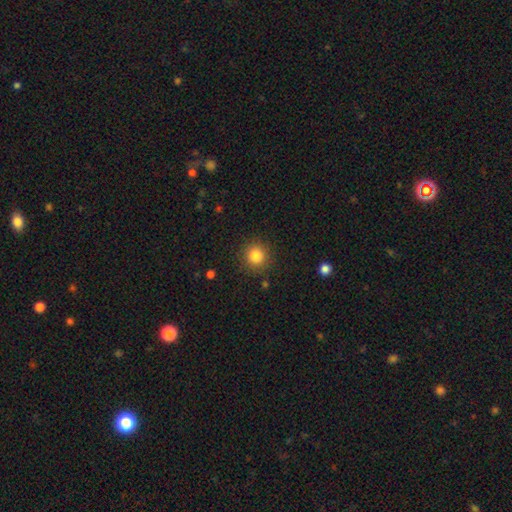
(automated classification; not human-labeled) smooth 83%, star or artifact 11%, featured or disk 5%. Down the decision tree: how rounded — round (93%); merging — none (89%).